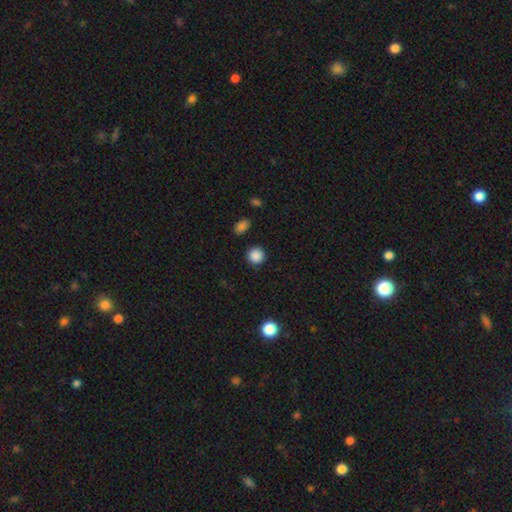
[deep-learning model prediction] Smooth or featured: smooth — 87% (star or artifact — 10%)
How rounded: round — 94% (in between — 6%)
Merging: none — 90% (minor disturbance — 6%)